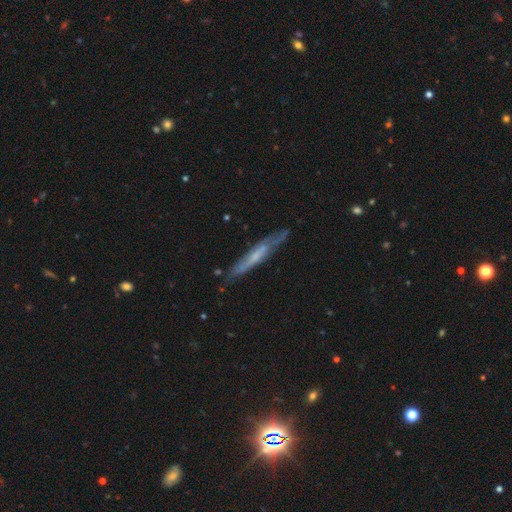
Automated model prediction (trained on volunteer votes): smooth-or-featured: featured or disk: 58% | smooth: 35% | star or artifact: 6%
  disk-edge-on: yes: 79% | no: 21%
  merging: none: 74% | minor disturbance: 19% | major disturbance: 5% | merger: 2%